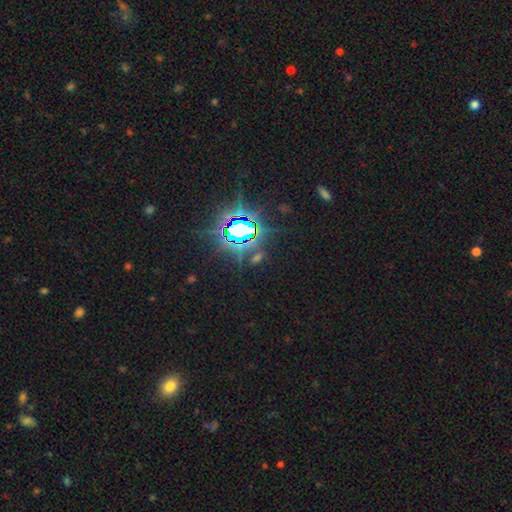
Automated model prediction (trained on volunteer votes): Smooth or featured?
  - star or artifact: 83% *
  - smooth: 9%
  - featured or disk: 8%